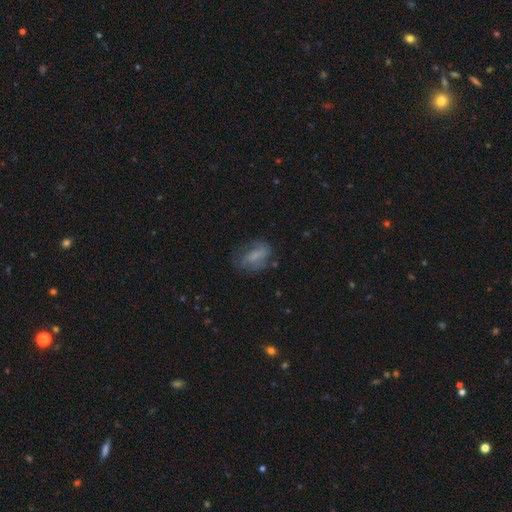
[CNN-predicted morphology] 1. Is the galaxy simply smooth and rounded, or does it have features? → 47% featured or disk, 44% smooth, 10% star or artifact.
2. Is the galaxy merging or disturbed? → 59% none, 24% minor disturbance, 15% major disturbance, 2% merger.